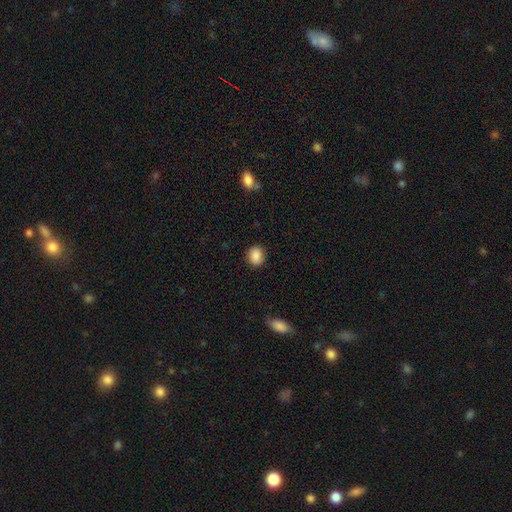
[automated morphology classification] Smooth or featured? smooth (88%)
How rounded? round (69%)
Merging? none (88%)